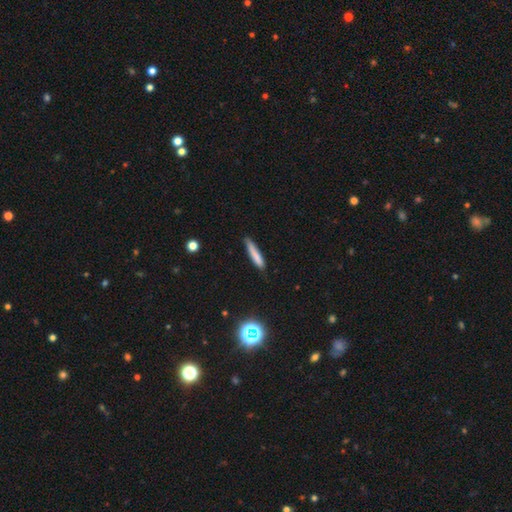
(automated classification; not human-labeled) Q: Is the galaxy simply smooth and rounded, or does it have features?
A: smooth — 79%.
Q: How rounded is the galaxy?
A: cigar-shaped — 91%.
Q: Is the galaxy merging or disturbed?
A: none — 81%.